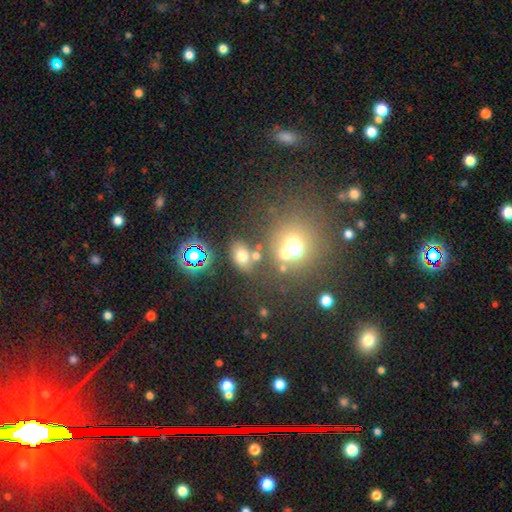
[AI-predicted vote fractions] A smooth galaxy with no disk features (61%) that is in between round and cigar-shaped (62%). Merging: none (61%).